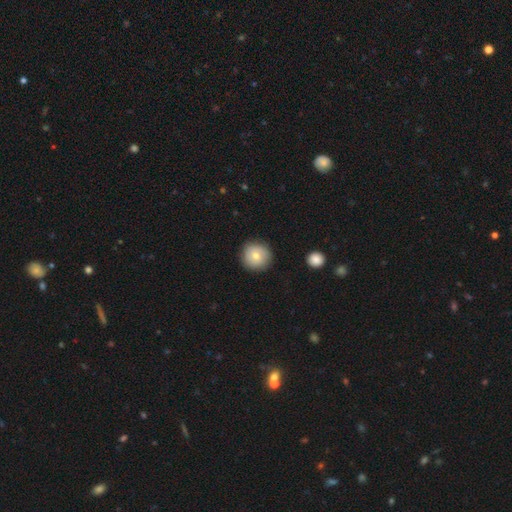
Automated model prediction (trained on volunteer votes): Smooth or featured? Predicted: smooth (p=0.73). How rounded? Predicted: round (p=0.94). Merging? Predicted: none (p=0.89).